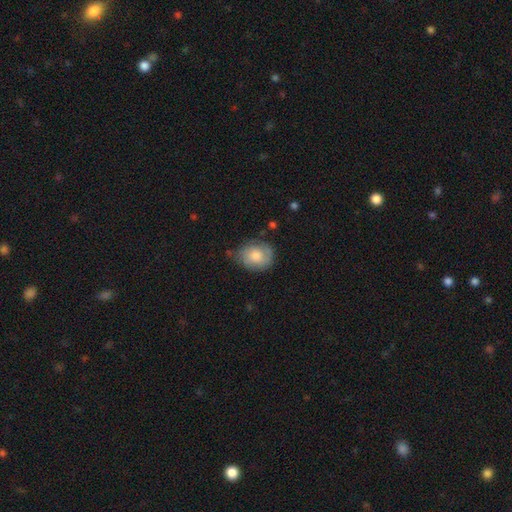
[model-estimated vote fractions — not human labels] Smooth or featured: smooth — 67% (featured or disk — 25%)
How rounded: round — 53% (in between — 46%)
Merging: none — 61% (minor disturbance — 30%)